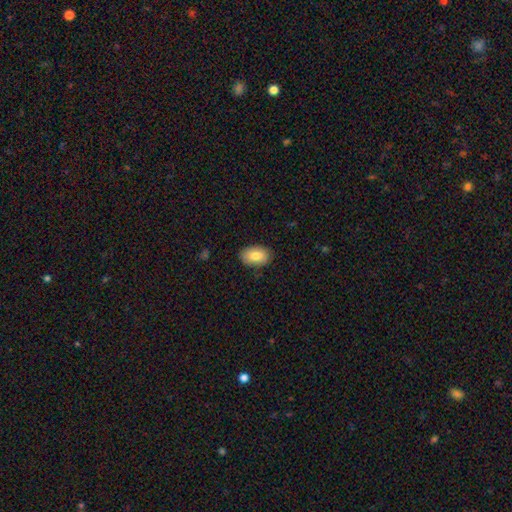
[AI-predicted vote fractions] A smooth galaxy with no disk features (81%) that is in between round and cigar-shaped (91%). Merging: none (86%).